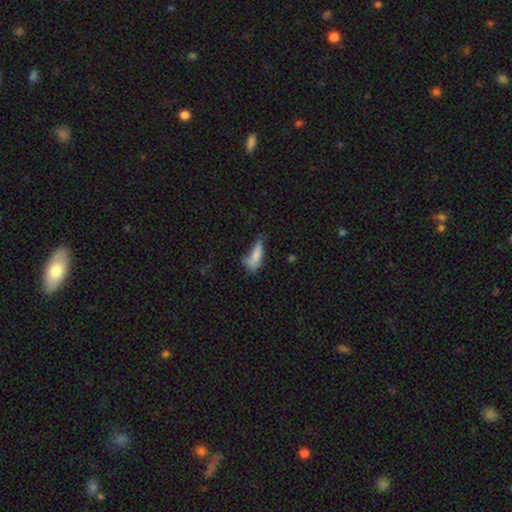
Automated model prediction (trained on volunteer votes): This appears to be a smooth galaxy with no disk features (76%) that is in between round and cigar-shaped (59%). Merging: none (34%).